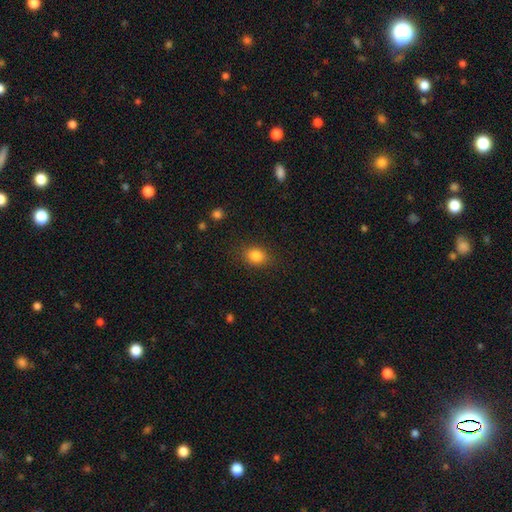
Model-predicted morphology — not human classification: This appears to be a smooth galaxy with no disk features (84%) that is in between round and cigar-shaped (61%). Merging: none (84%).